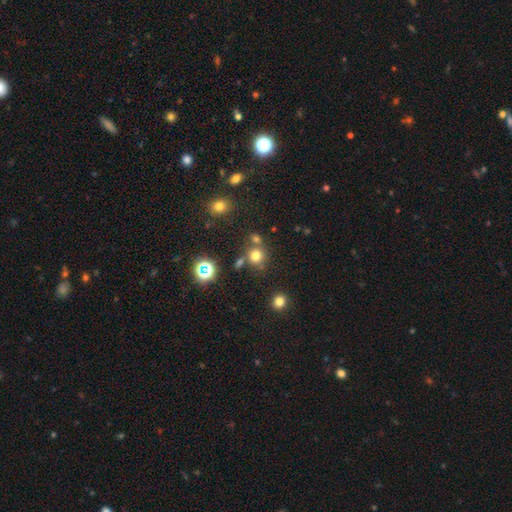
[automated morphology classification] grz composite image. It shows a smooth galaxy with no disk features (71%) that is round (87%). Merging: none (66%).